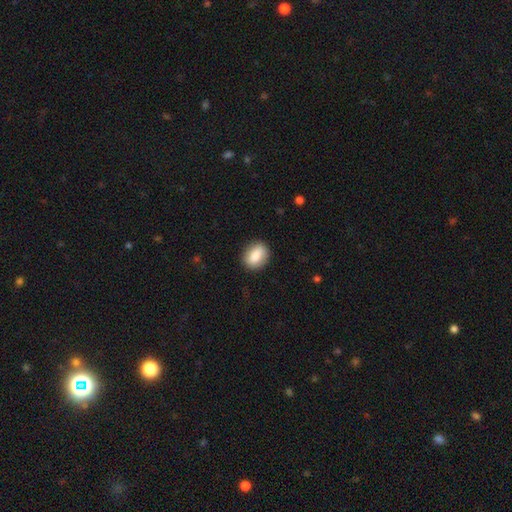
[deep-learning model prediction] smooth 81%, featured or disk 12%, star or artifact 7%. Down the decision tree: how rounded — in between (60%); merging — none (85%).